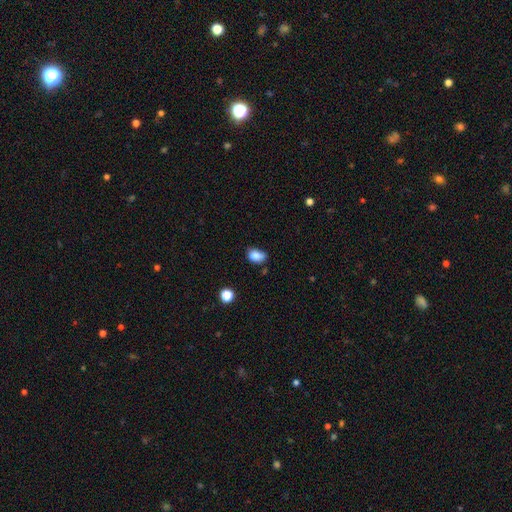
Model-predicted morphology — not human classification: smooth 84%, star or artifact 10%, featured or disk 6%. Down the decision tree: how rounded — in between (78%); merging — none (52%).